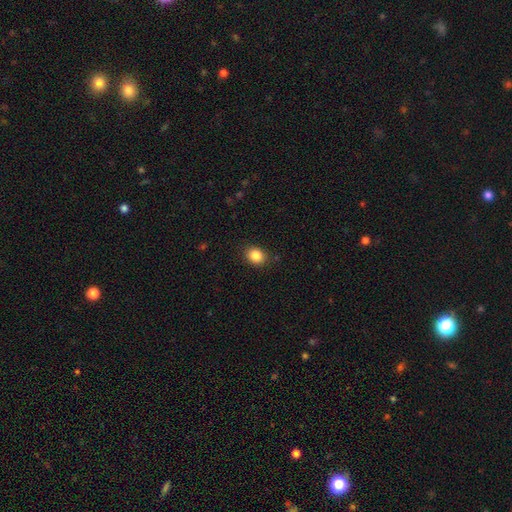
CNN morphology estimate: A smooth galaxy with no disk features (86%) that is round (52%).

Vote fractions:
- Smooth or featured? smooth: 86% / star or artifact: 10% / featured or disk: 5%
- How rounded? round: 52% / in between: 47% / cigar-shaped: 1%
- Merging? none: 87% / minor disturbance: 9% / major disturbance: 2% / merger: 1%